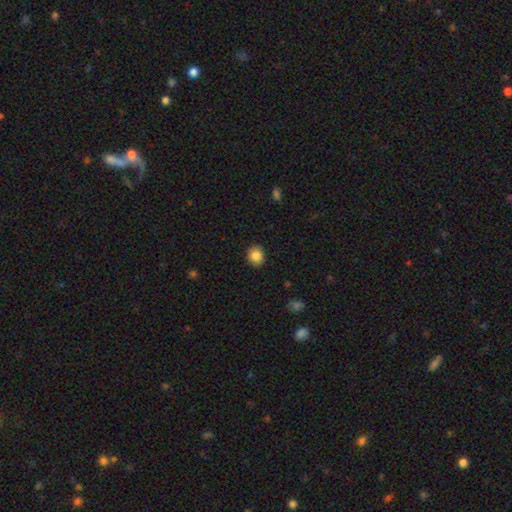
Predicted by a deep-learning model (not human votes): smooth_or_featured: smooth (p=0.86) [alt: star or artifact p=0.09]
how_rounded: round (p=0.68) [alt: in between p=0.32]
merging: none (p=0.90) [alt: minor disturbance p=0.07]